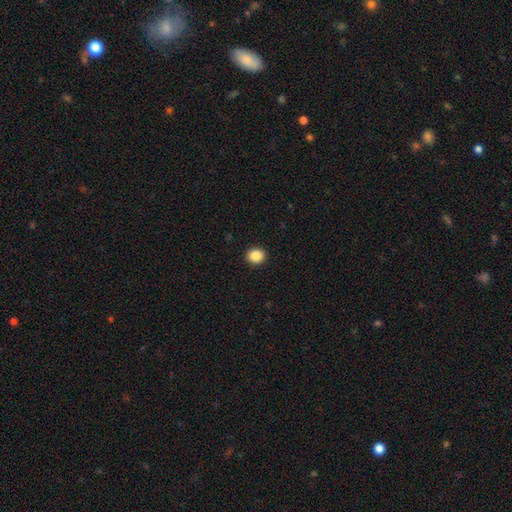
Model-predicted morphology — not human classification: type=smooth (88%); roundness=round (74%); merging=none (92%).